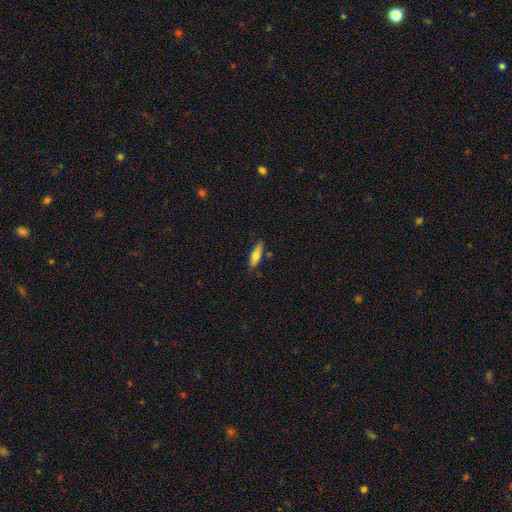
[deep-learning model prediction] A smooth galaxy with no disk features (68%) that is cigar-shaped (60%). Merging: none (80%).